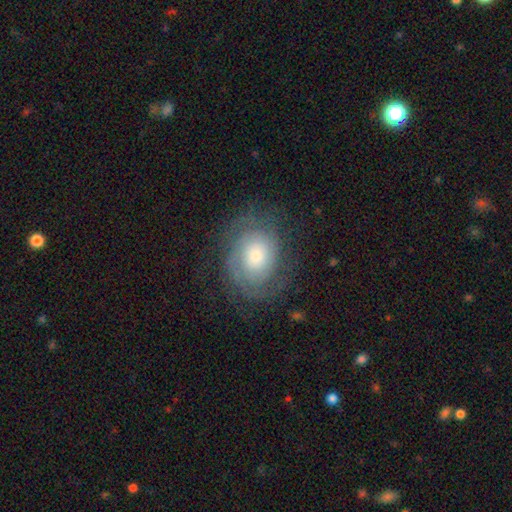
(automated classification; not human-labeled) This appears to be a featured or disk galaxy (64%) with no bar (79%), tight (63%) spiral arms (86%) and a moderate central bulge (42%). Merging: none (71%).